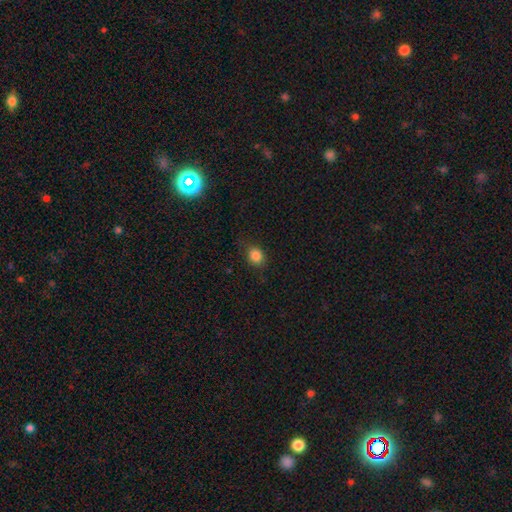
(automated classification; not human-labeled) The model was most divided on "how rounded": round: 54%, in between: 45%, cigar-shaped: 1%. More confident: smooth or featured — smooth (85%); merging — none (77%).